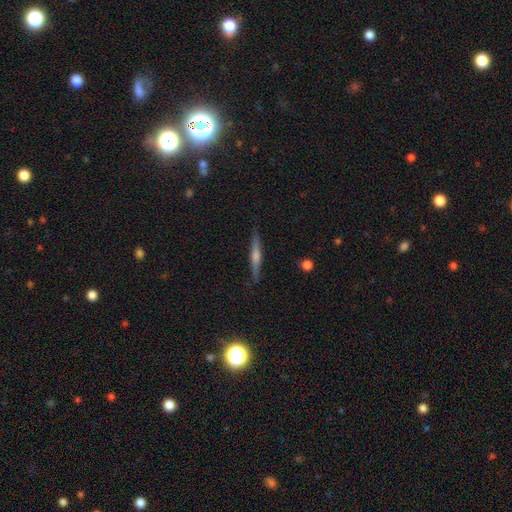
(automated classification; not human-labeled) Smooth or featured: featured or disk — 67% (smooth — 22%)
Edge-on disk: yes — 97% (no — 3%)
Edge-on bulge: rounded — 78% (none — 12%)
Merging: none — 89% (minor disturbance — 8%)